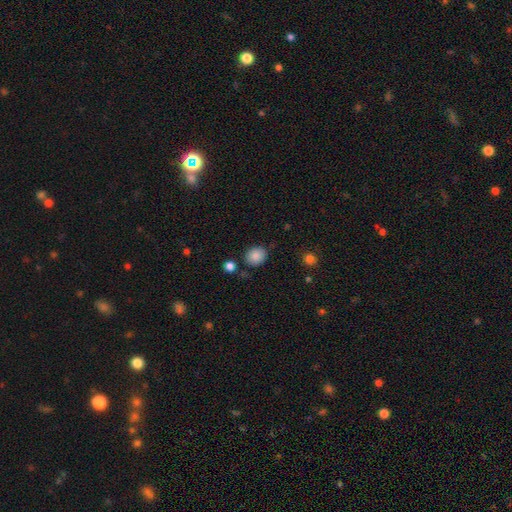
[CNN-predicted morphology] Overall: smooth (87%). How rounded: round (62%; in between 37%). Merging: none (82%).